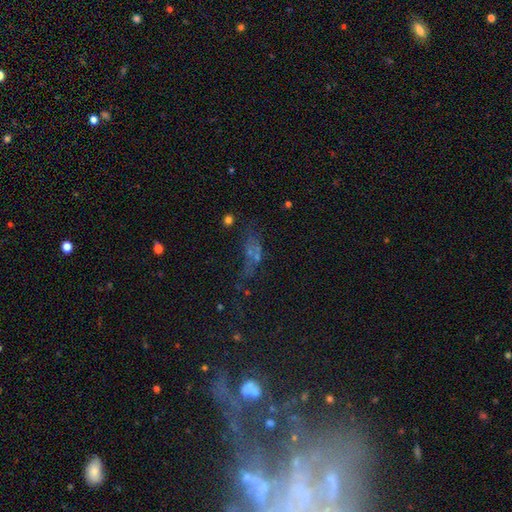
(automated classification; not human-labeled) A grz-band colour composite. It shows a star or artifact, not a galaxy (41%).